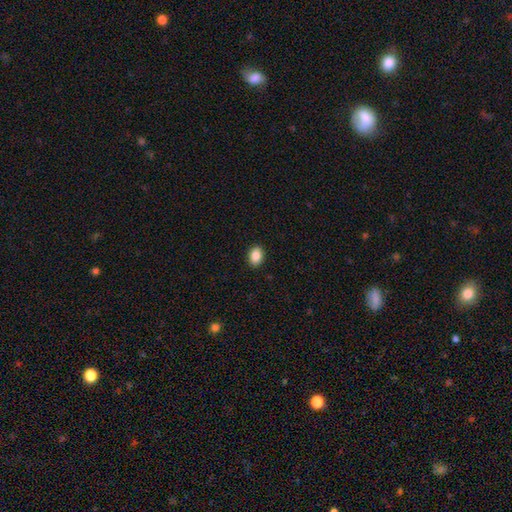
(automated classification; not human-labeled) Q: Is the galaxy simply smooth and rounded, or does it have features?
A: smooth — 88%.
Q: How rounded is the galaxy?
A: in between — 75%.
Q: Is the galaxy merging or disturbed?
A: none — 91%.